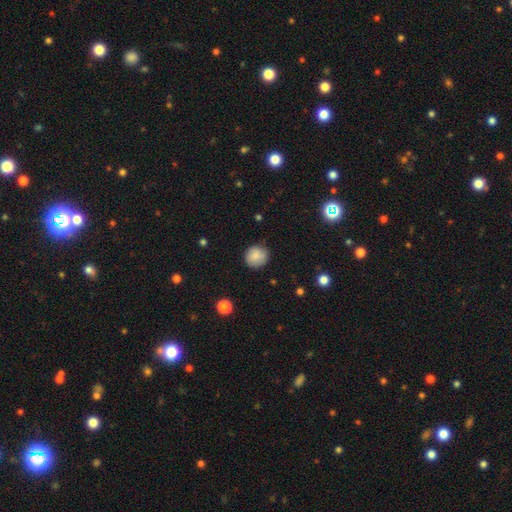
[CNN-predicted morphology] Overall: smooth (85%). How rounded: round (89%). Merging: none (81%).